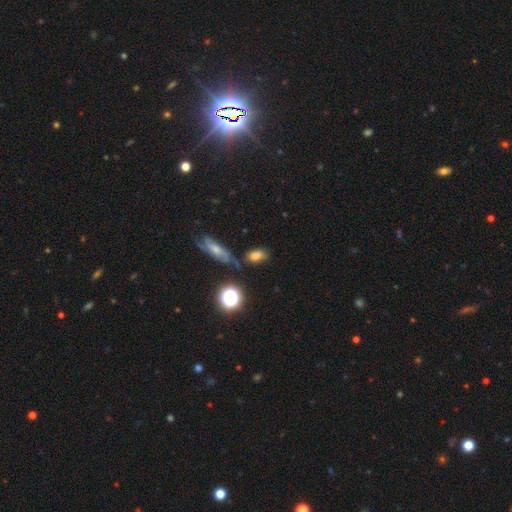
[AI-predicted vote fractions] Overall: smooth (71%). How rounded: in between (78%). Merging: none (68%).